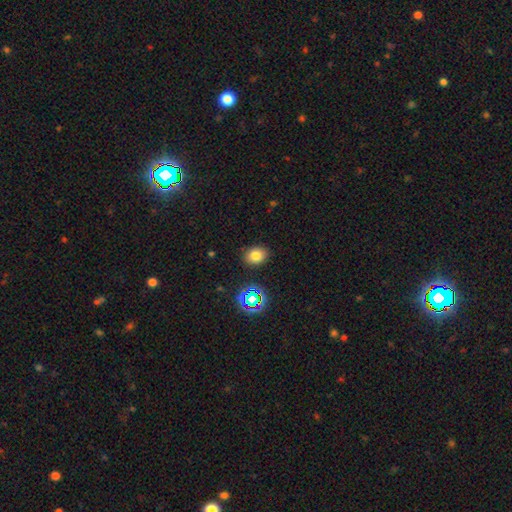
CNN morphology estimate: smooth-or-featured: smooth: 75% | star or artifact: 17% | featured or disk: 8%
  how-rounded: in between: 58% | round: 41% | cigar-shaped: 1%
  merging: none: 86% | minor disturbance: 9% | major disturbance: 3% | merger: 2%